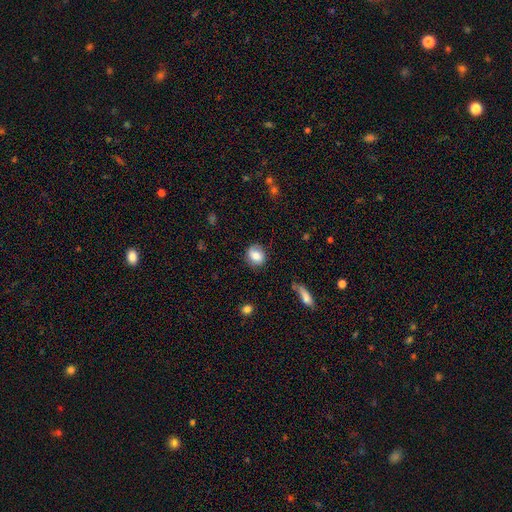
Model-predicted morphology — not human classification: This is likely a smooth galaxy (74%). How rounded: likely round (67%). Merging: likely none (78%).